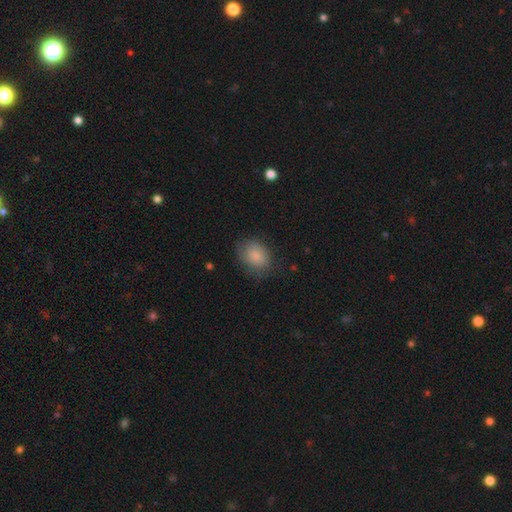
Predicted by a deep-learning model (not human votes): smooth 81%, featured or disk 11%, star or artifact 8%. Down the decision tree: how rounded — in between (59%); merging — none (68%).